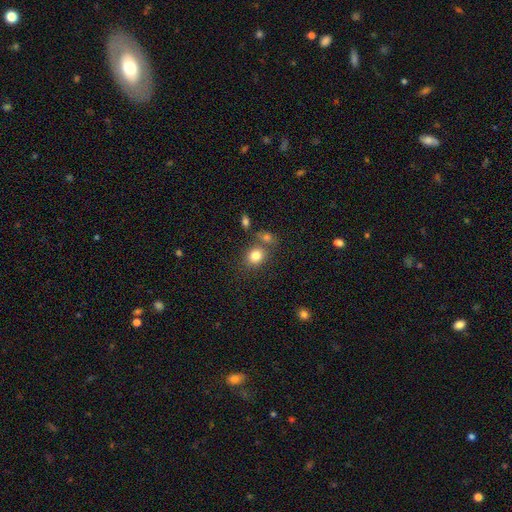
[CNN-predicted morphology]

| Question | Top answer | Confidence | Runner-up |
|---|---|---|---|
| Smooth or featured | smooth | 81% | star or artifact (11%) |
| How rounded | round | 65% | in between (34%) |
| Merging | none | 62% | merger (22%) |